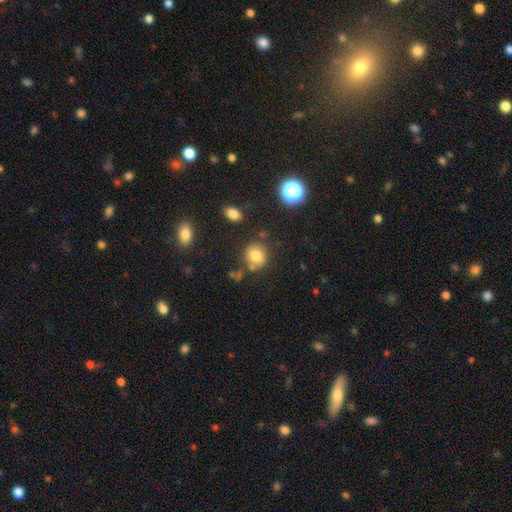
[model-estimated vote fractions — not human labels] smooth-or-featured: smooth: 78% | star or artifact: 12% | featured or disk: 10%
  how-rounded: round: 79% | in between: 20% | cigar-shaped: 1%
  merging: none: 72% | minor disturbance: 14% | merger: 9% | major disturbance: 5%